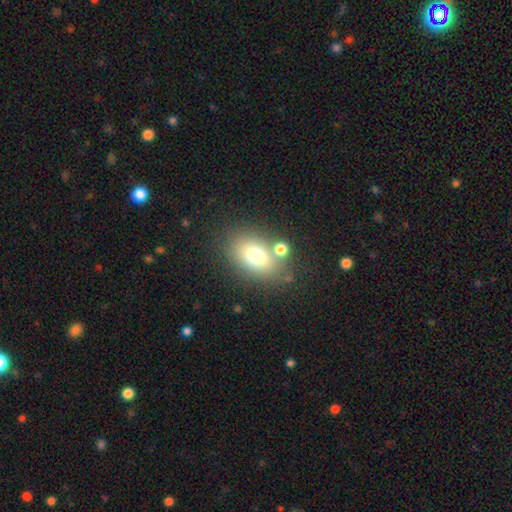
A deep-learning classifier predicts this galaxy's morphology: Smooth or featured? smooth (73%)
How rounded? in between (79%)
Merging? none (67%)